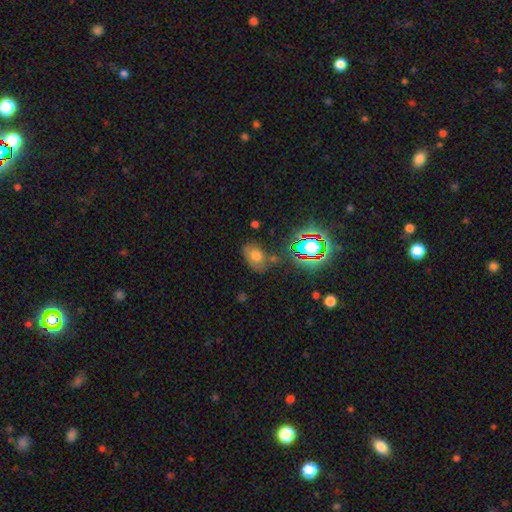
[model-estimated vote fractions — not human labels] Smooth or featured? smooth (64%)
How rounded? in between (79%)
Merging? none (63%)